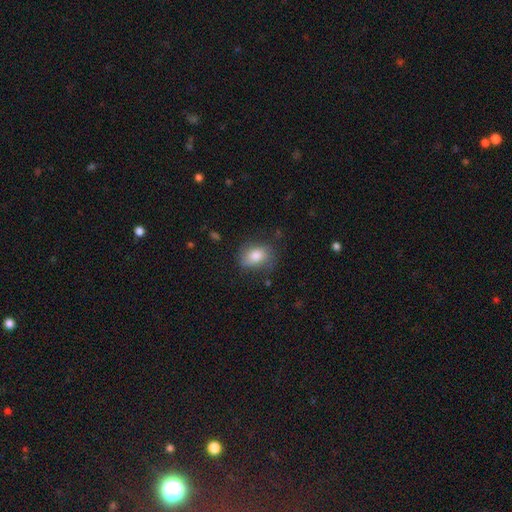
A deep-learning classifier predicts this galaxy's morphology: Smooth or featured?
  - smooth: 80% *
  - featured or disk: 12%
  - star or artifact: 8%
How rounded?
  - in between: 72% *
  - round: 27%
  - cigar-shaped: 1%
Merging?
  - none: 65% *
  - minor disturbance: 24%
  - major disturbance: 8%
  - merger: 2%